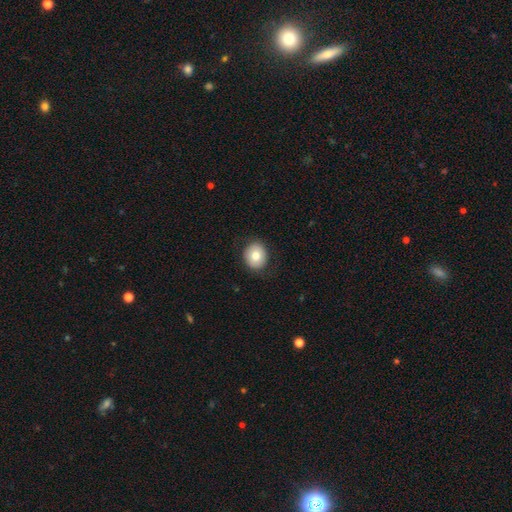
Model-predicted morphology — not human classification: Smooth or featured? Predicted: smooth (p=0.78). How rounded? Predicted: round (p=0.73). Merging? Predicted: none (p=0.85).